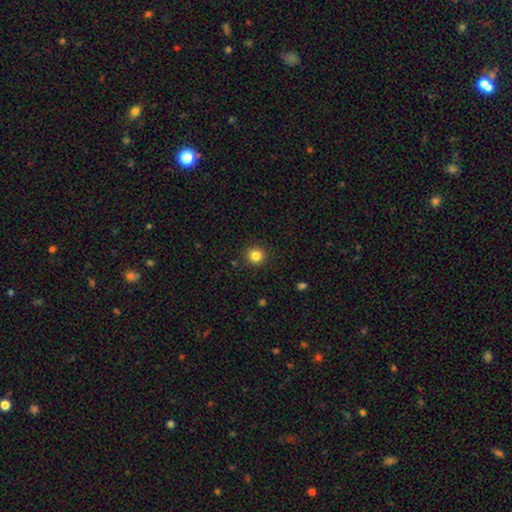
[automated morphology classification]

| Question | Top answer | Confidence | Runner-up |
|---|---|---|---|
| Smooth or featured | smooth | 84% | star or artifact (12%) |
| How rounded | round | 92% | in between (7%) |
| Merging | none | 91% | minor disturbance (6%) |